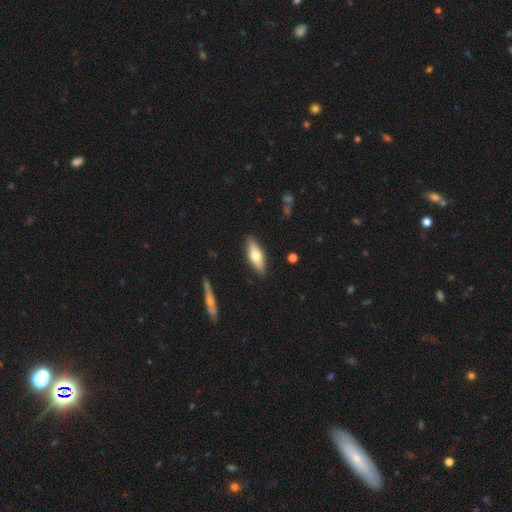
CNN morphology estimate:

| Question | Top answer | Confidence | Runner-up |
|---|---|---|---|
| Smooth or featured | smooth | 59% | featured or disk (35%) |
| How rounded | in between | 57% | cigar-shaped (41%) |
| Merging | none | 87% | minor disturbance (9%) |